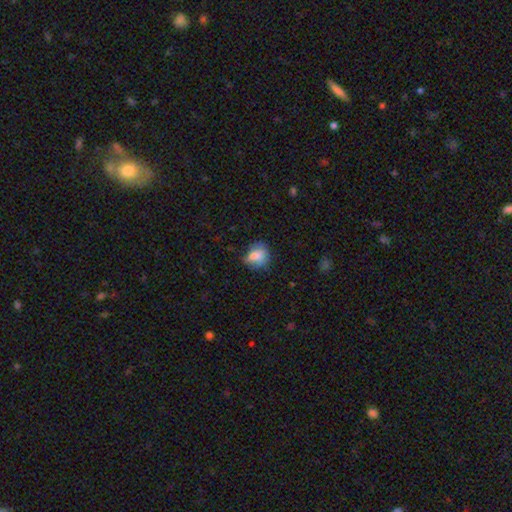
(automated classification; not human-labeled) Smooth or featured?
  - smooth: 73% *
  - featured or disk: 17%
  - star or artifact: 10%
How rounded?
  - round: 56% *
  - in between: 43%
  - cigar-shaped: 2%
Merging?
  - none: 53% *
  - minor disturbance: 31%
  - major disturbance: 13%
  - merger: 4%